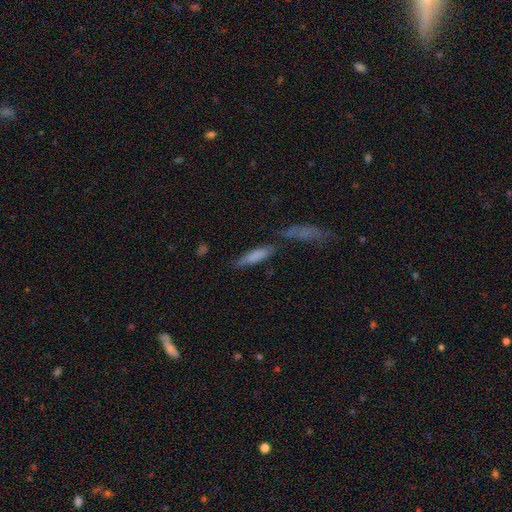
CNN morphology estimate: smooth-or-featured: smooth: 74% | featured or disk: 18% | star or artifact: 8%
  how-rounded: cigar-shaped: 71% | in between: 27% | round: 2%
  merging: none: 54% | merger: 21% | minor disturbance: 18% | major disturbance: 8%